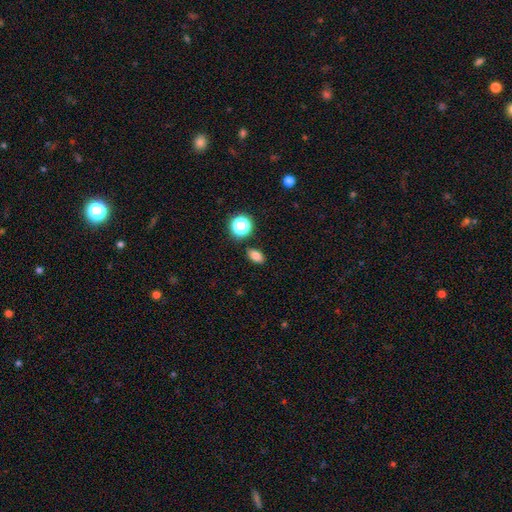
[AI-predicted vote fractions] Smooth or featured?
  - smooth: 79% *
  - star or artifact: 14%
  - featured or disk: 7%
How rounded?
  - in between: 81% *
  - round: 16%
  - cigar-shaped: 2%
Merging?
  - none: 86% *
  - minor disturbance: 9%
  - merger: 3%
  - major disturbance: 2%